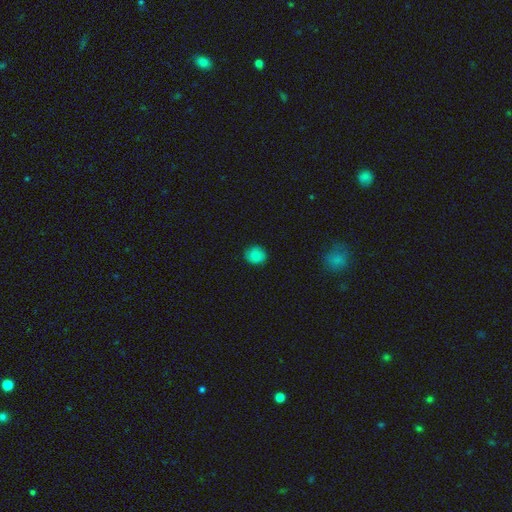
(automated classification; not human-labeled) Smooth or featured? smooth (85%)
How rounded? round (82%)
Merging? none (88%)